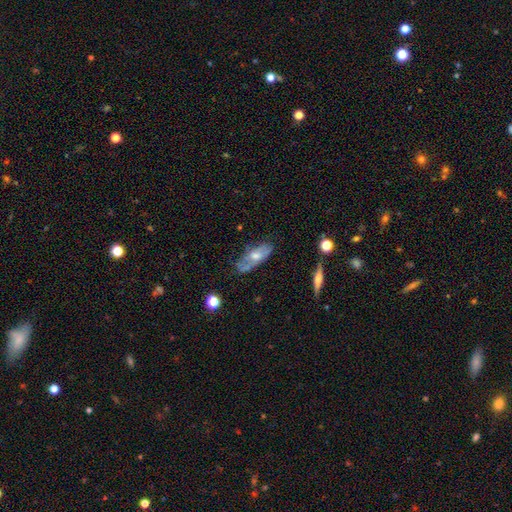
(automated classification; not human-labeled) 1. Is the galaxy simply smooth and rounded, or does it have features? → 56% featured or disk, 35% smooth, 8% star or artifact.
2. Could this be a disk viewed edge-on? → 74% no, 26% yes.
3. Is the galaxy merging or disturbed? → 57% none, 28% minor disturbance, 11% major disturbance, 4% merger.